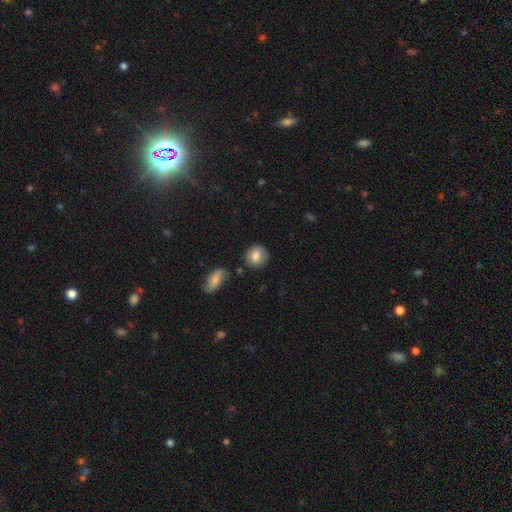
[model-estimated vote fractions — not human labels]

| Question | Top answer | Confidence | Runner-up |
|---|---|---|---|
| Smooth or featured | smooth | 80% | featured or disk (12%) |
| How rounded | round | 71% | in between (28%) |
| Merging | none | 77% | minor disturbance (14%) |